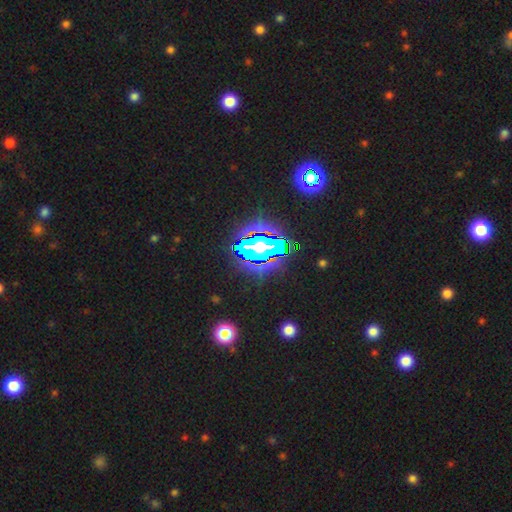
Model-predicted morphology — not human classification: star or artifact 81%, smooth 11%, featured or disk 8%.